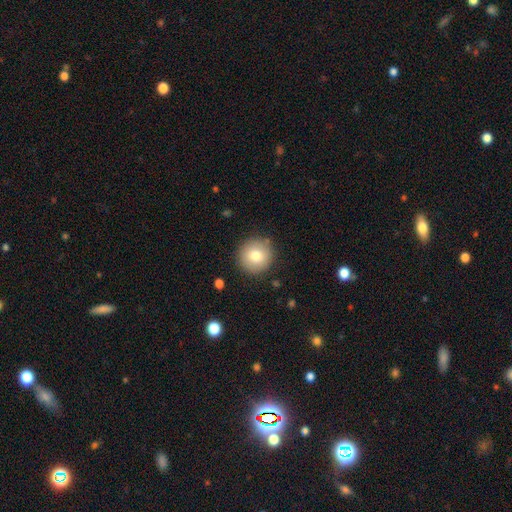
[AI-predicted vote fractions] smooth_or_featured: smooth (p=0.79) [alt: featured or disk p=0.12]
how_rounded: round (p=0.94) [alt: in between p=0.05]
merging: none (p=0.88) [alt: minor disturbance p=0.08]